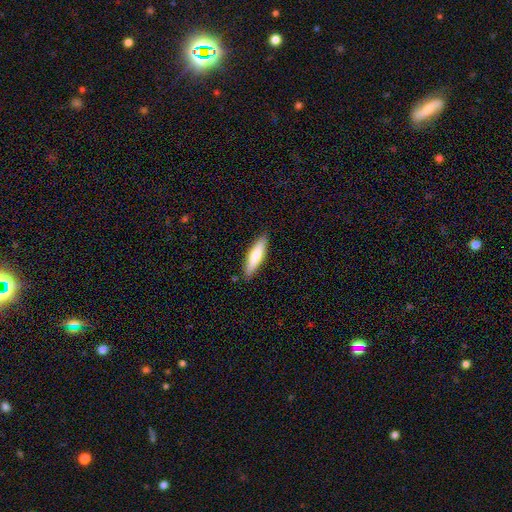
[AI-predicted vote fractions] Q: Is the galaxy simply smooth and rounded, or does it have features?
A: smooth — 73%.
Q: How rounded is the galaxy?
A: cigar-shaped — 69%.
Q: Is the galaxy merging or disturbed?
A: none — 87%.